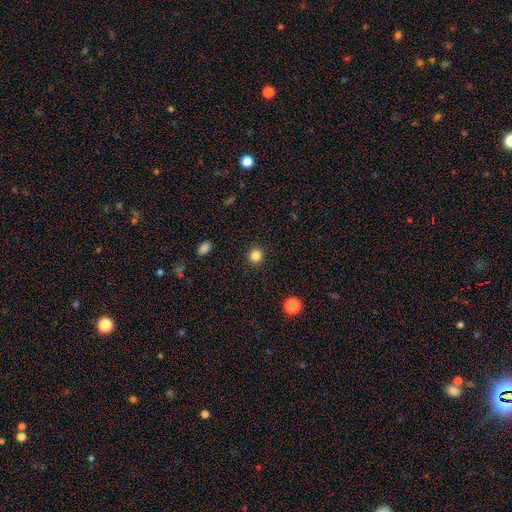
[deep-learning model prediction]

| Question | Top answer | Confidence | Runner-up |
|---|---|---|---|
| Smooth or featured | smooth | 84% | star or artifact (12%) |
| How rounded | round | 92% | in between (7%) |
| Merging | none | 92% | minor disturbance (5%) |